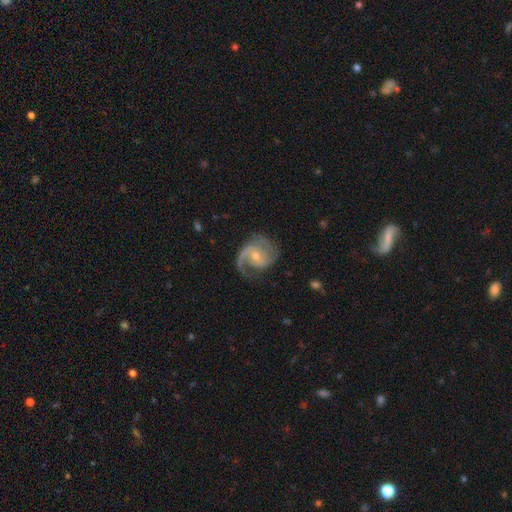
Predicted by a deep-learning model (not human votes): This is clearly a featured or disk galaxy (90%). It is clearly not viewed edge-on (98%). Bar: likely no (62%). Spiral arm pattern: clearly yes (98%). Spiral arm count: likely 2 (70%). Spiral winding: possibly medium (51%). Central bulge: possibly small (51%). Merging: likely none (70%).